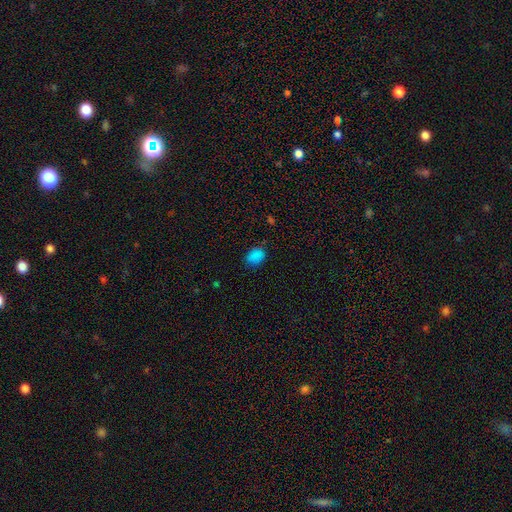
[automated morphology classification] Smooth or featured? smooth (84%)
How rounded? in between (76%)
Merging? none (78%)